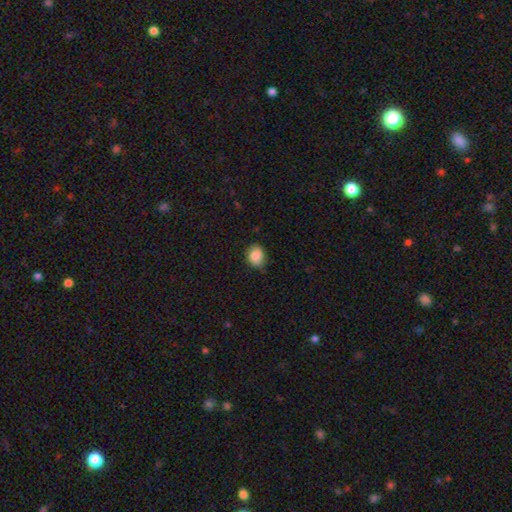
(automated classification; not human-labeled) The model was most divided on "how rounded": round: 54%, in between: 45%, cigar-shaped: 1%. More confident: smooth or featured — smooth (86%); merging — none (72%).